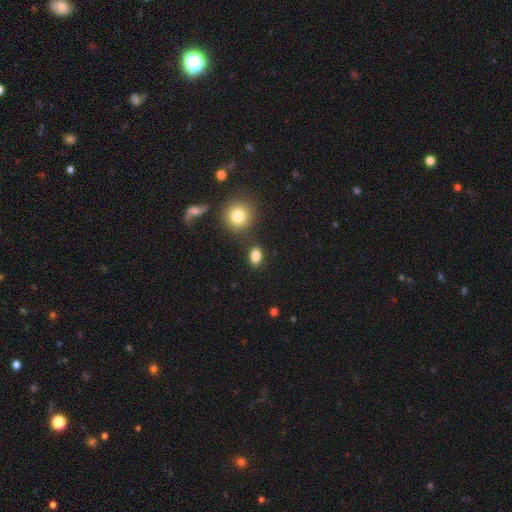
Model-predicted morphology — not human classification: The model was most divided on "how rounded": in between: 80%, round: 18%, cigar-shaped: 2%. More confident: smooth or featured — smooth (84%); merging — none (80%).